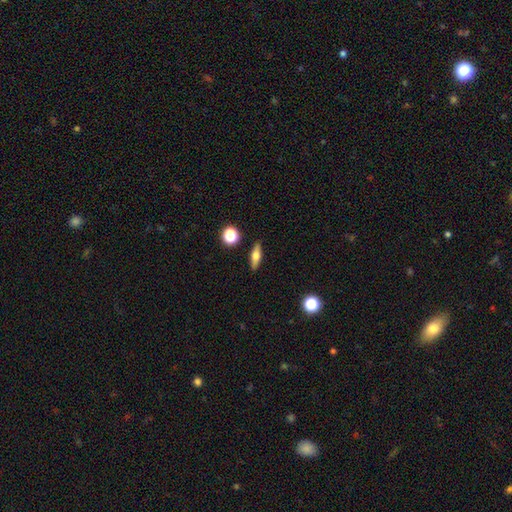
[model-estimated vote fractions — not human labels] A smooth galaxy with no disk features (54%) that is cigar-shaped (47%).

Vote fractions:
- Smooth or featured? smooth: 54% / featured or disk: 37% / star or artifact: 9%
- How rounded? cigar-shaped: 47% / in between: 46% / round: 7%
- Merging? none: 87% / minor disturbance: 9% / merger: 2% / major disturbance: 2%